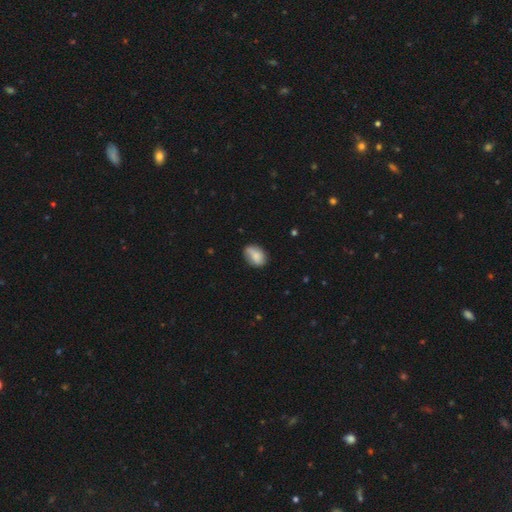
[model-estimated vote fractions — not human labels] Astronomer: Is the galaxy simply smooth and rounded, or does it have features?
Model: smooth — 69%.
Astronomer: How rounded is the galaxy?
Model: in between — 78%.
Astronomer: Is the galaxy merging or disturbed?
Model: none — 62%.